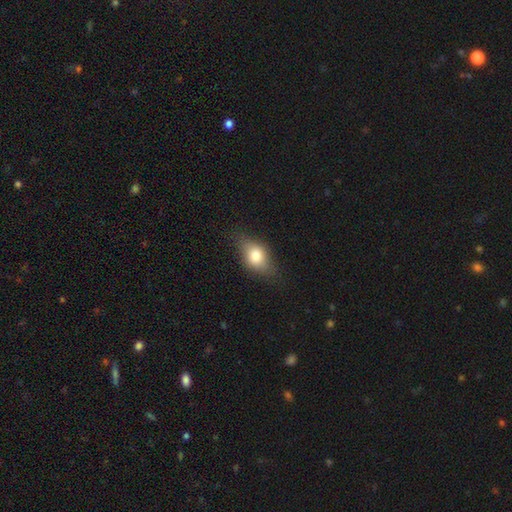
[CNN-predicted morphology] This is likely a smooth galaxy (75%). How rounded: likely in between (78%). Merging: likely none (69%).